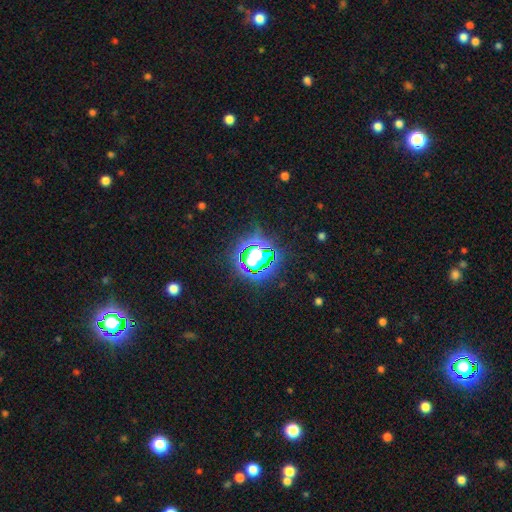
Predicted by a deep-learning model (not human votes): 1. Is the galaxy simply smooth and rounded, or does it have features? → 68% star or artifact, 21% smooth, 12% featured or disk.